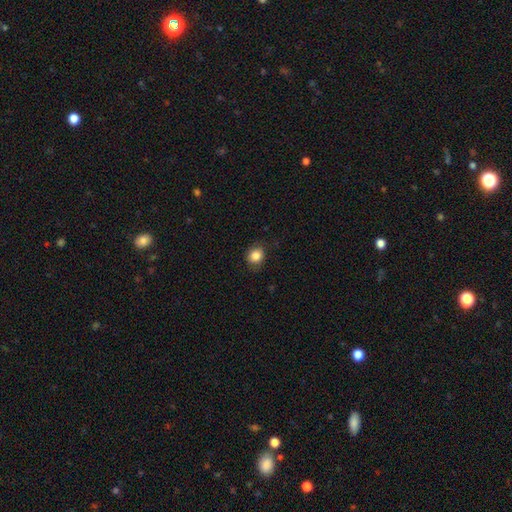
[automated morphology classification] type=smooth (85%); roundness=round (73%); merging=none (81%).